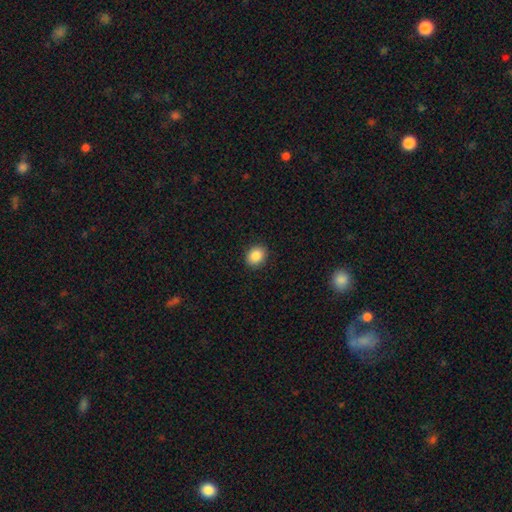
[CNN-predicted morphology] type=smooth (87%); roundness=round (58%); merging=none (90%).